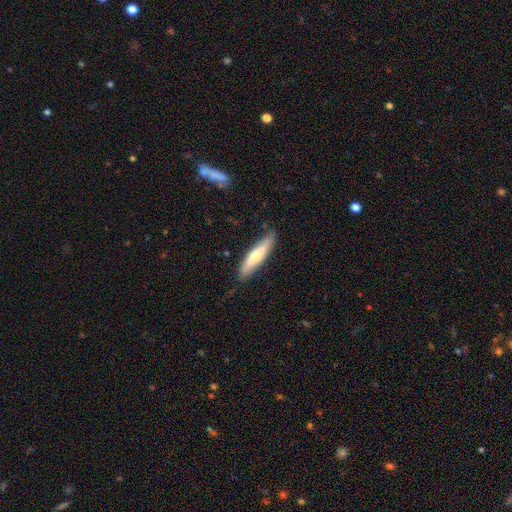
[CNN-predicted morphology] This is likely a smooth galaxy (62%). How rounded: clearly cigar-shaped (85%). Merging: clearly none (83%).